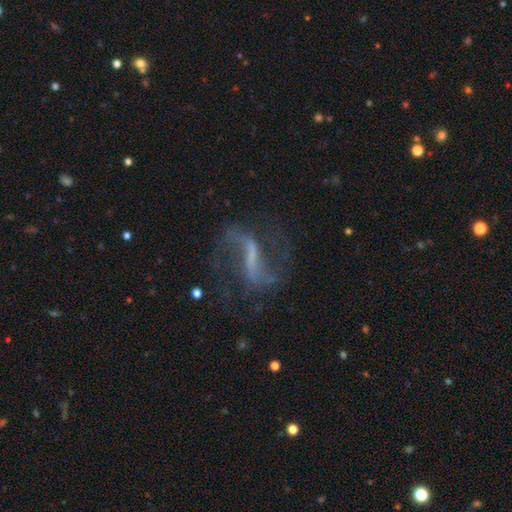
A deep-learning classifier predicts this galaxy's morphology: The model was most divided on "bulge size": none: 53%, small: 32%, moderate: 12%, large: 3%, dominant: 1%. More confident: edge-on disk — no (94%); spiral arms — yes (93%); spiral arm count — 2 (91%); smooth or featured — featured or disk (83%); merging — none (73%); spiral winding — loose (67%); bar — strong (58%).